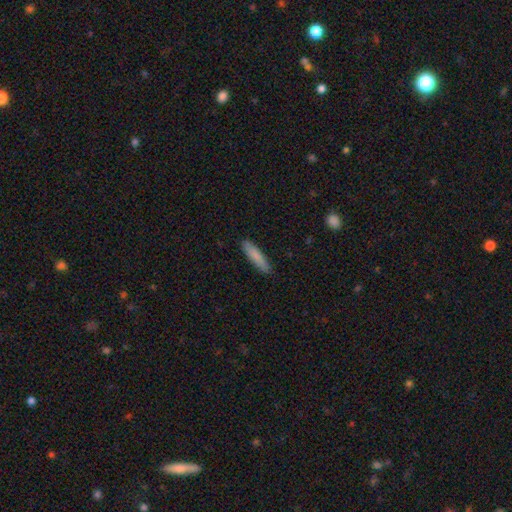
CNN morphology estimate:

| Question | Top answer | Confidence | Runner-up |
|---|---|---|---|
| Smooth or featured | smooth | 84% | featured or disk (10%) |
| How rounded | cigar-shaped | 83% | in between (15%) |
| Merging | none | 88% | minor disturbance (9%) |